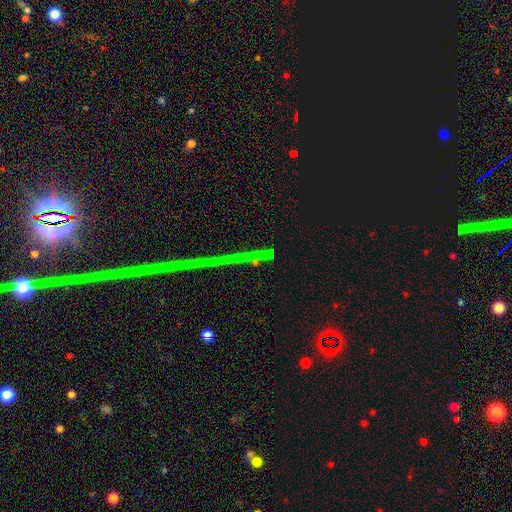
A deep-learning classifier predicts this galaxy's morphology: A star or artifact, not a galaxy (85%).